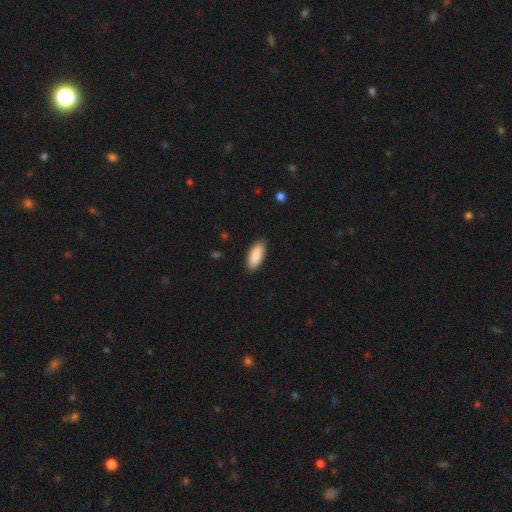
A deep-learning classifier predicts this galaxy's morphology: smooth_or_featured: smooth (p=0.90) [alt: star or artifact p=0.06]
how_rounded: in between (p=0.84) [alt: cigar-shaped p=0.14]
merging: none (p=0.88) [alt: minor disturbance p=0.09]